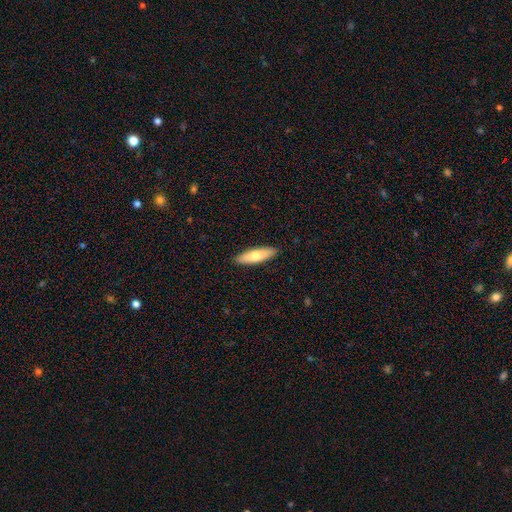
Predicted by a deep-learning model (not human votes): The model was most divided on "how rounded": cigar-shaped: 61%, in between: 37%, round: 2%. More confident: merging — none (90%); smooth or featured — smooth (70%).